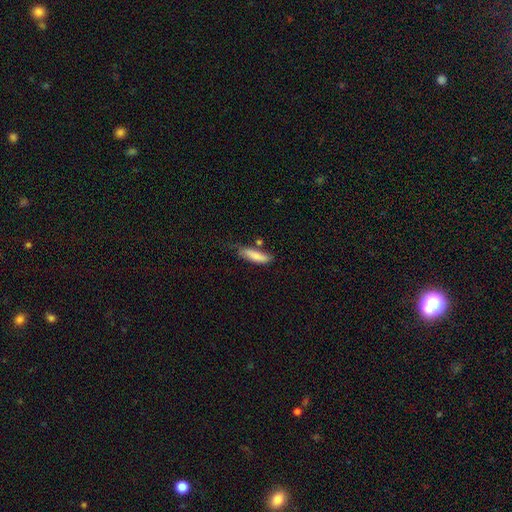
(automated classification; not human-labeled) Q: Smooth or featured?
A: smooth (82%); runner-up: featured or disk (12%)
Q: How rounded?
A: cigar-shaped (62%); runner-up: in between (36%)
Q: Merging?
A: none (53%); runner-up: minor disturbance (30%)